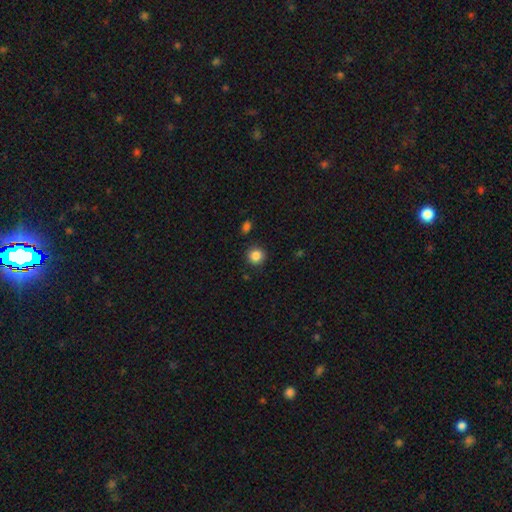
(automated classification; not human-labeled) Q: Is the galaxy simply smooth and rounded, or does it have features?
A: smooth — 86%.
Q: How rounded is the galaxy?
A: round — 92%.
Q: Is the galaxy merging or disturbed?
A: none — 88%.